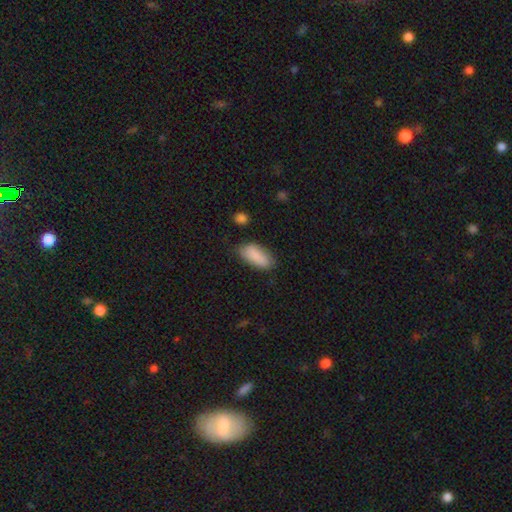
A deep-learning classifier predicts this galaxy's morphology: Smooth or featured? Predicted: smooth (p=0.87). How rounded? Predicted: in between (p=0.86). Merging? Predicted: none (p=0.69).